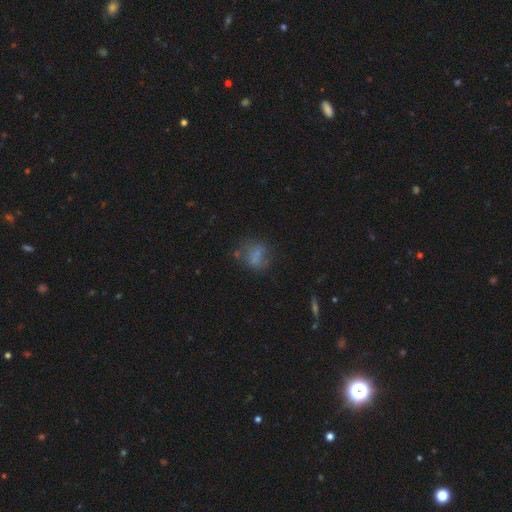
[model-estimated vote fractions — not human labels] Q: Smooth or featured?
A: smooth (57%); runner-up: featured or disk (28%)
Q: How rounded?
A: round (56%); runner-up: in between (41%)
Q: Merging?
A: none (50%); runner-up: minor disturbance (23%)